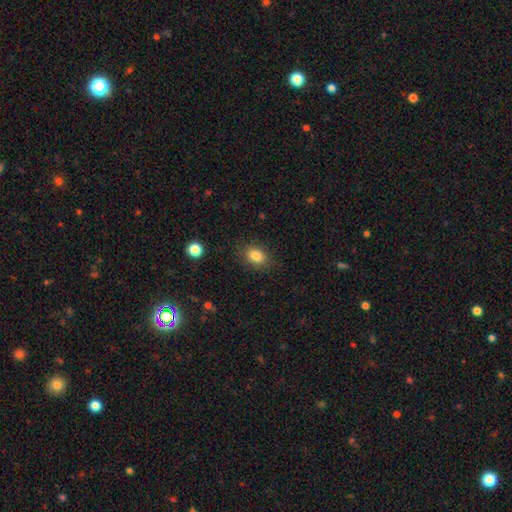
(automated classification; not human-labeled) The model was most divided on "how rounded": in between: 71%, round: 28%, cigar-shaped: 1%. More confident: merging — none (84%); smooth or featured — smooth (84%).